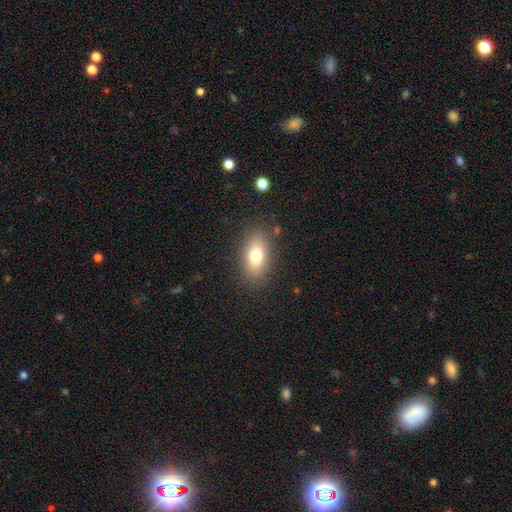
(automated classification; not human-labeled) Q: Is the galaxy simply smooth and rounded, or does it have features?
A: smooth — 77%.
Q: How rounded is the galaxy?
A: in between — 87%.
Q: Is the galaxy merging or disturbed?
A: none — 85%.